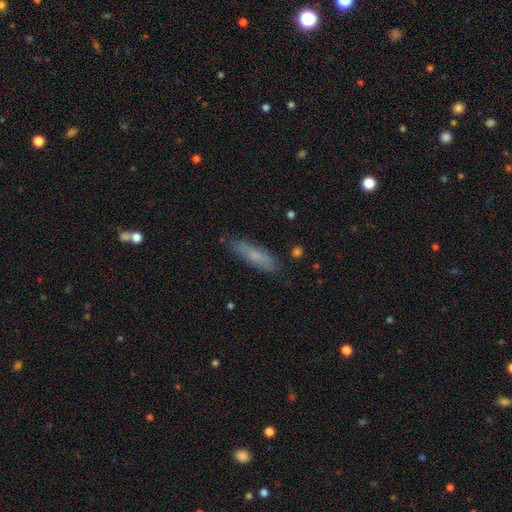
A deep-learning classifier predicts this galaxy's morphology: This is likely a smooth galaxy (69%). How rounded: likely cigar-shaped (72%). Merging: clearly none (82%).